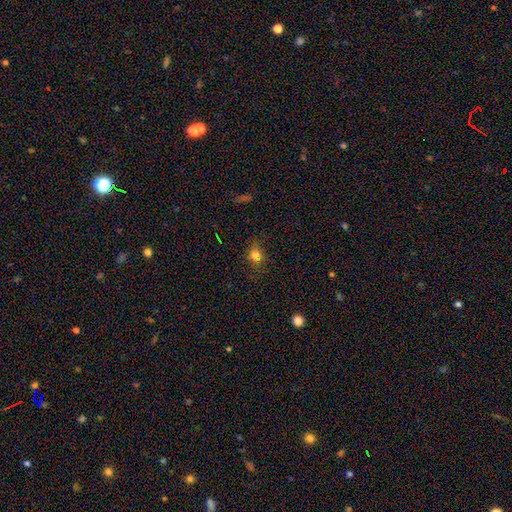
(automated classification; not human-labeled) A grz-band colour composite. It shows a smooth galaxy with no disk features (72%) that is round (60%). Merging: none (67%).